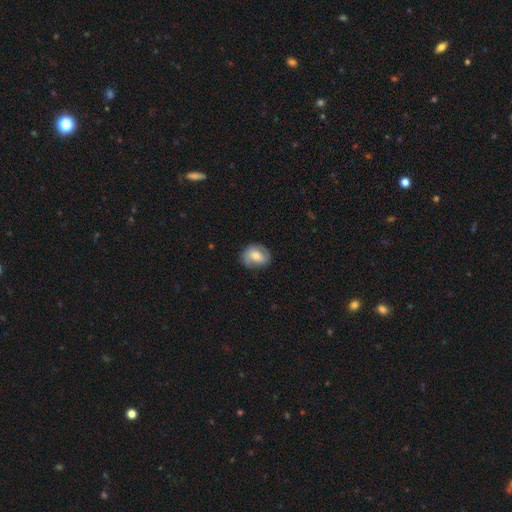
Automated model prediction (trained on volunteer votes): Morphology: type=smooth (55%); roundness=in between (50%); merging=none (77%).